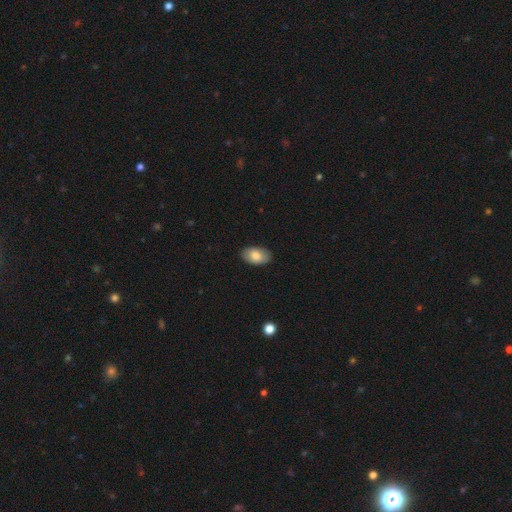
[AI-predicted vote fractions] smooth_or_featured: smooth (p=0.80) [alt: featured or disk p=0.13]
how_rounded: in between (p=0.92) [alt: round p=0.07]
merging: none (p=0.88) [alt: minor disturbance p=0.09]